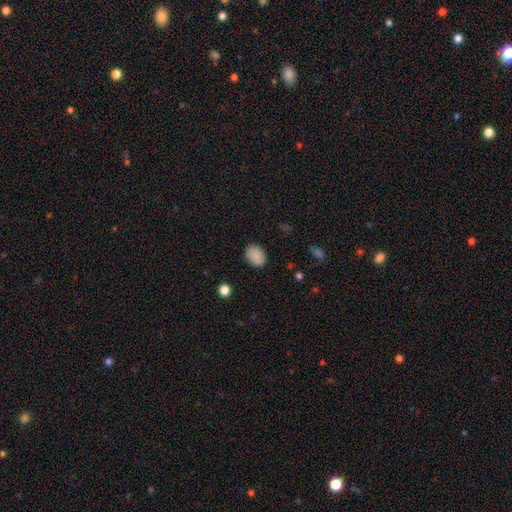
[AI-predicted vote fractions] This is clearly a smooth galaxy (88%). How rounded: likely in between (73%). Merging: clearly none (84%).